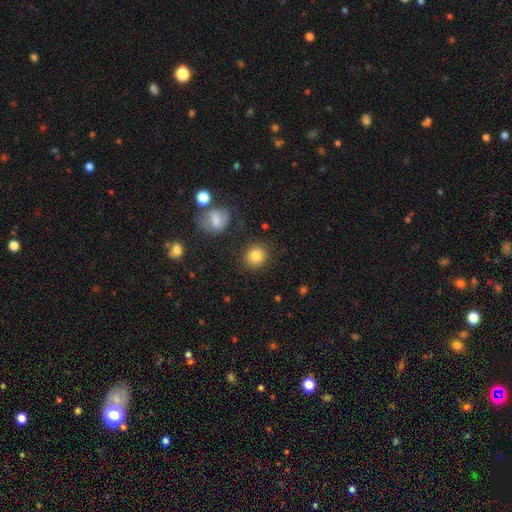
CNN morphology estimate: Smooth or featured: smooth — 83% (star or artifact — 10%)
How rounded: round — 80% (in between — 19%)
Merging: none — 86% (minor disturbance — 8%)